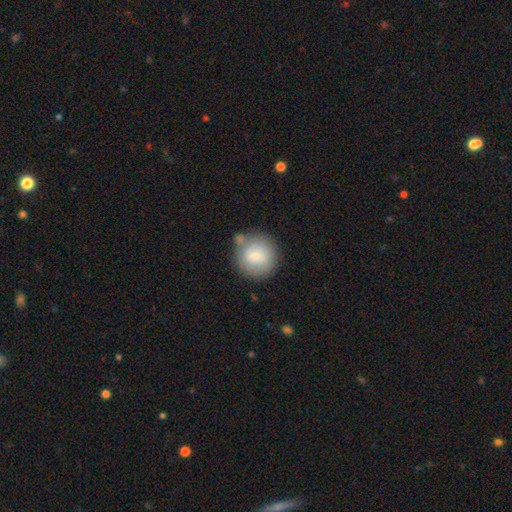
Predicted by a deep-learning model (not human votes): This is likely a smooth galaxy (79%). How rounded: clearly round (92%). Merging: likely none (64%).